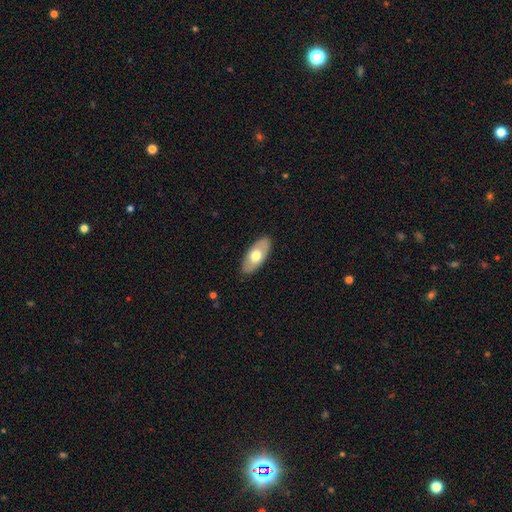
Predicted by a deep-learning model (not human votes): smooth-or-featured: smooth: 59% | featured or disk: 36% | star or artifact: 5%
  how-rounded: in between: 91% | cigar-shaped: 6% | round: 3%
  merging: none: 87% | minor disturbance: 10% | major disturbance: 2% | merger: 1%